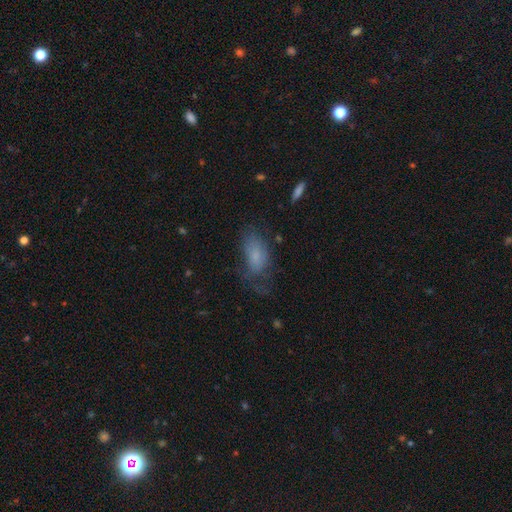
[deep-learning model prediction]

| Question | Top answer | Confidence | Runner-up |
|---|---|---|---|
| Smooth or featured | smooth | 66% | featured or disk (25%) |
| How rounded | in between | 90% | cigar-shaped (6%) |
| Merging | none | 38% | major disturbance (32%) |